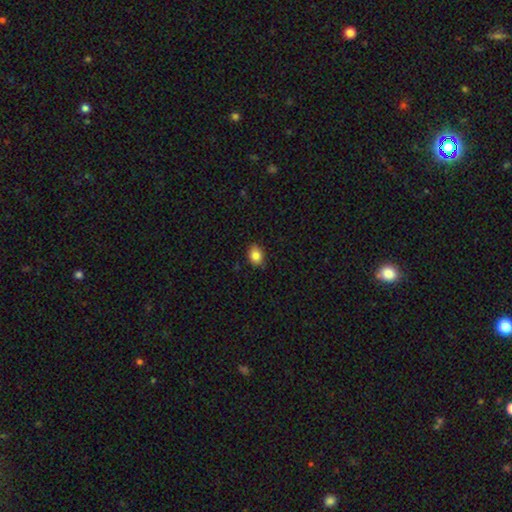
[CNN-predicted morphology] Smooth or featured? smooth (85%)
How rounded? in between (64%)
Merging? none (85%)